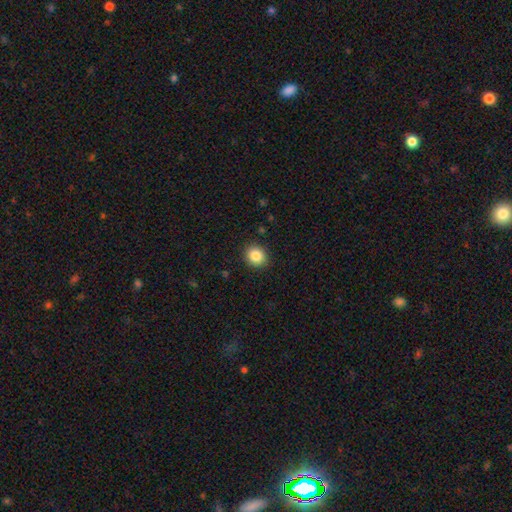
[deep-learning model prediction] Q: Smooth or featured?
A: smooth (86%); runner-up: star or artifact (9%)
Q: How rounded?
A: round (78%); runner-up: in between (21%)
Q: Merging?
A: none (90%); runner-up: minor disturbance (7%)